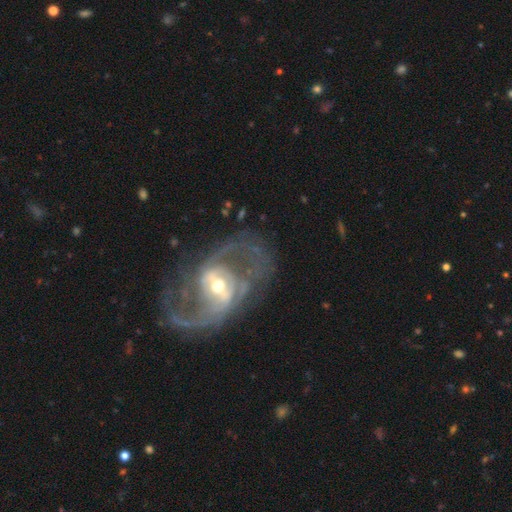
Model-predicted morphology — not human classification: featured or disk 90%, star or artifact 6%, smooth 5%. Down the decision tree: edge-on disk — no (97%); bar — weak (45%); spiral arms — yes (94%); spiral arm count — 2 (84%); spiral winding — medium (51%); bulge size — moderate (48%); merging — none (68%).